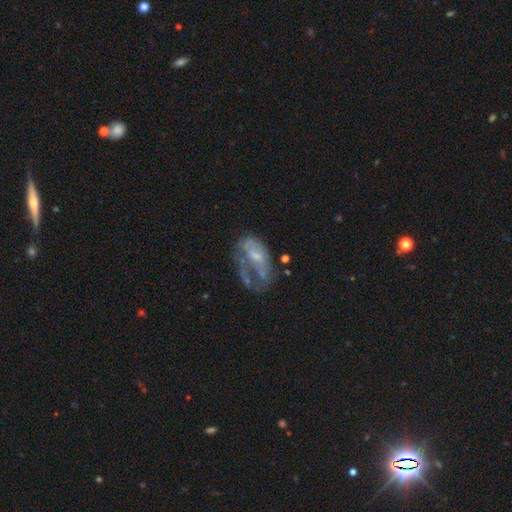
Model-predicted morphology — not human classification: smooth-or-featured: featured or disk: 58% | smooth: 31% | star or artifact: 10%
  disk-edge-on: no: 95% | yes: 5%
    bar: no: 69% | weak: 25% | strong: 6%
    has-spiral-arms: no: 69% | yes: 31%
    bulge-size: small: 41% | moderate: 29% | none: 26% | large: 3% | dominant: 1%
  merging: major disturbance: 40% | none: 29% | minor disturbance: 21% | merger: 10%